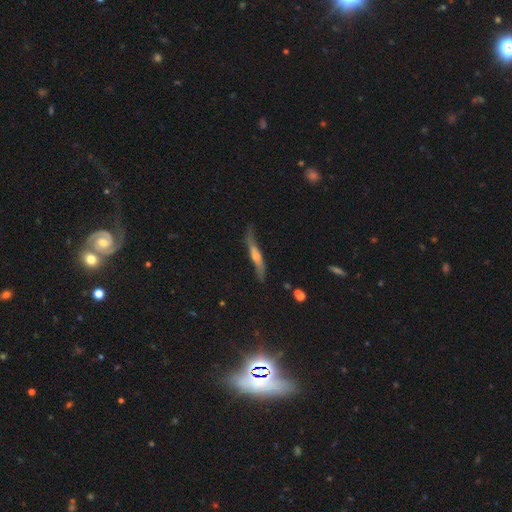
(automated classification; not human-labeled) Overall: featured or disk (49%; smooth 44%). Merging: none (65%).